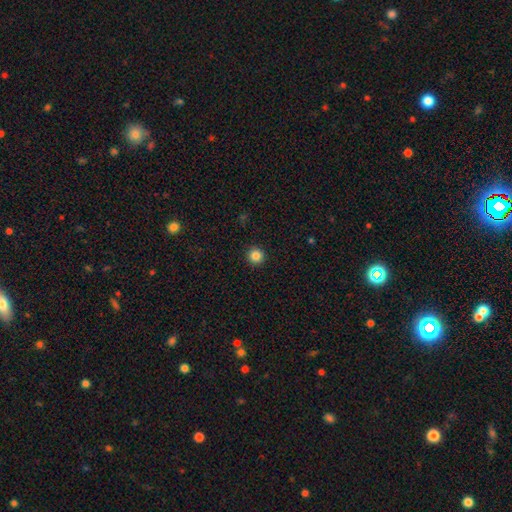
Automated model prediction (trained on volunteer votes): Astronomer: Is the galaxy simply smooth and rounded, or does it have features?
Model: smooth — 85%.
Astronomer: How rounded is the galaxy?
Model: round — 96%.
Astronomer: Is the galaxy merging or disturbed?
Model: none — 93%.